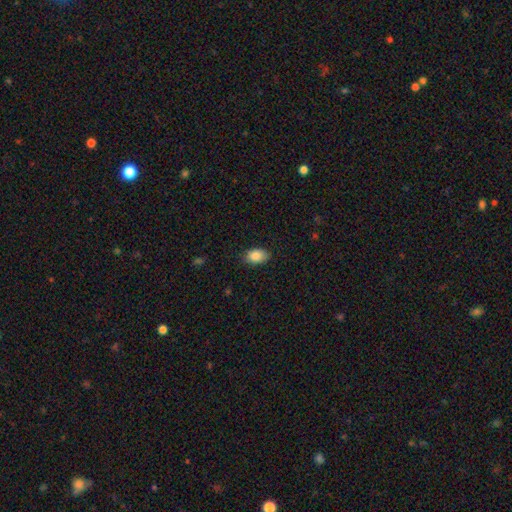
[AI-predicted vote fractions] The model was most divided on "merging": none: 83%, minor disturbance: 13%, major disturbance: 3%, merger: 1%. More confident: smooth or featured — smooth (87%); how rounded — in between (87%).